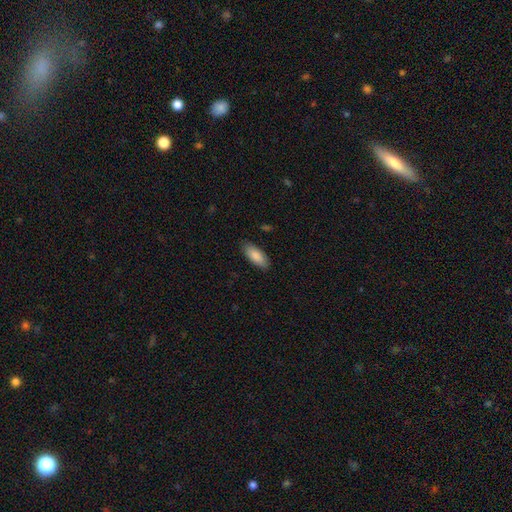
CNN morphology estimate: This appears to be a smooth galaxy with no disk features (88%) that is in between round and cigar-shaped (84%). Merging: none (87%).